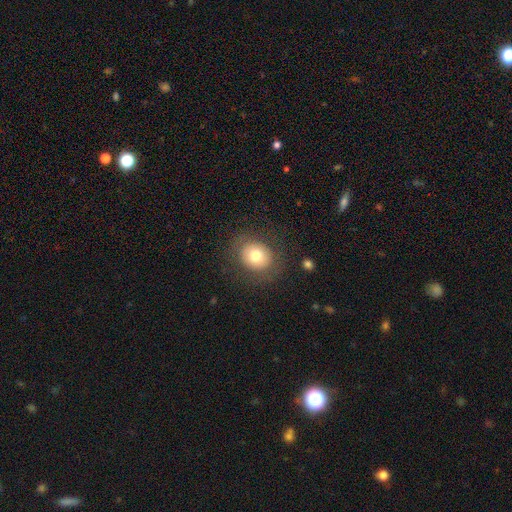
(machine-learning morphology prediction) This is likely a smooth galaxy (73%). How rounded: likely round (72%). Merging: clearly none (82%).